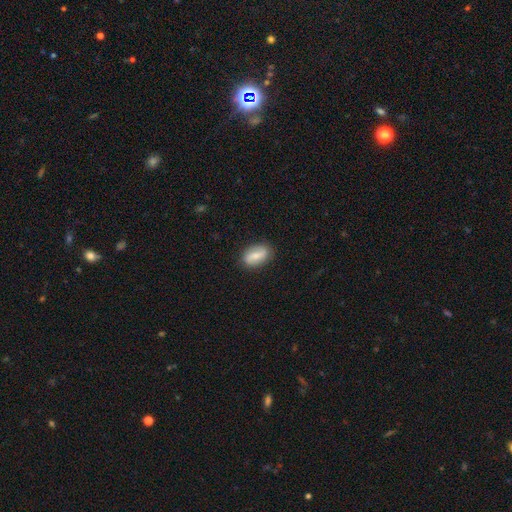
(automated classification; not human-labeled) Morphology: type=smooth (57%); roundness=in between (87%); merging=none (85%).